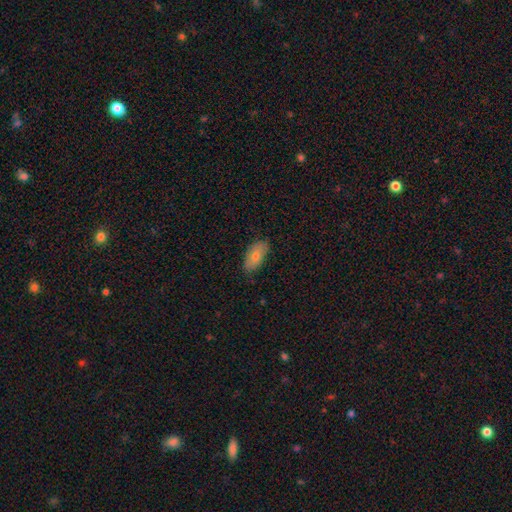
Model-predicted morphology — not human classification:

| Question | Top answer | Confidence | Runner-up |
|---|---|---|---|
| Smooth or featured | smooth | 72% | featured or disk (20%) |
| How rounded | in between | 91% | cigar-shaped (6%) |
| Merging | none | 82% | minor disturbance (15%) |